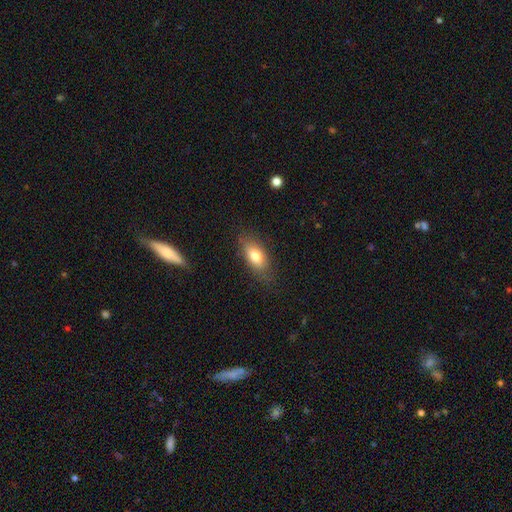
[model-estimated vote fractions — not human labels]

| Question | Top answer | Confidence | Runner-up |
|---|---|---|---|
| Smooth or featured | smooth | 77% | featured or disk (16%) |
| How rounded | in between | 85% | cigar-shaped (10%) |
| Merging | none | 79% | minor disturbance (15%) |